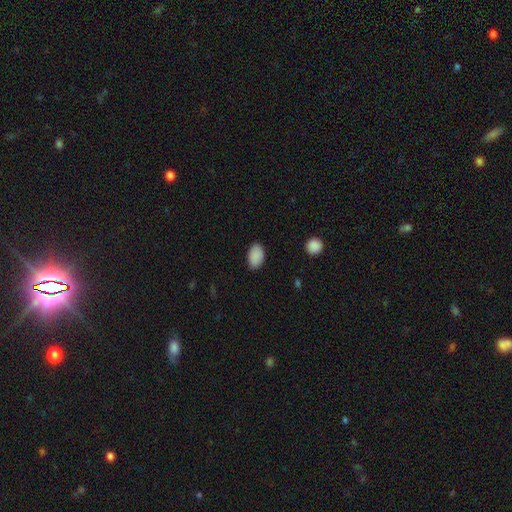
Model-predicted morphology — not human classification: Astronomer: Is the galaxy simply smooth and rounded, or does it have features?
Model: smooth — 90%.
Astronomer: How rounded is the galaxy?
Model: in between — 89%.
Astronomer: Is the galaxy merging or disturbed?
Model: none — 86%.